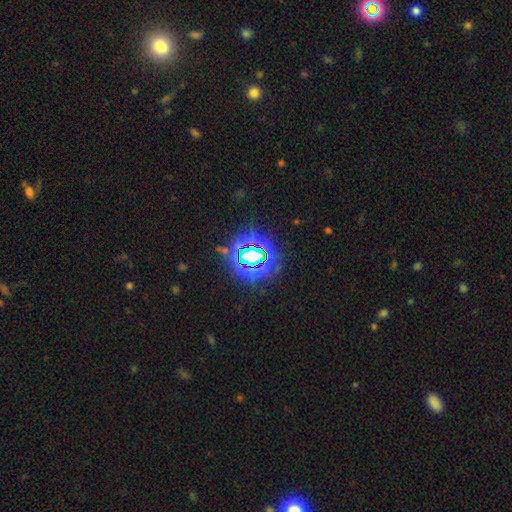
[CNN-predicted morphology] Smooth or featured? Predicted: star or artifact (p=0.73).